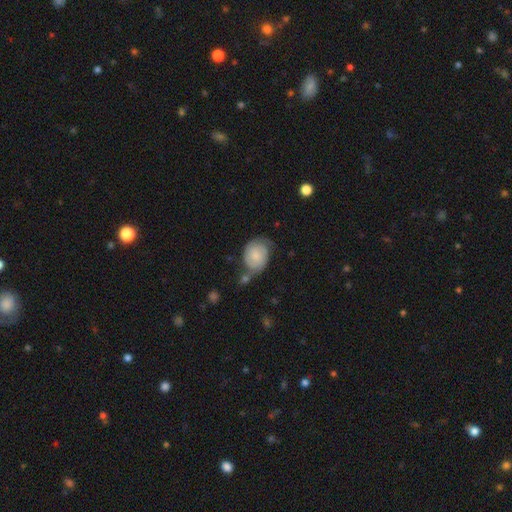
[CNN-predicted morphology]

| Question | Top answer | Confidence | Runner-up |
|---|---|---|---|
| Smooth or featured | featured or disk | 49% | smooth (44%) |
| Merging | none | 42% | minor disturbance (28%) |